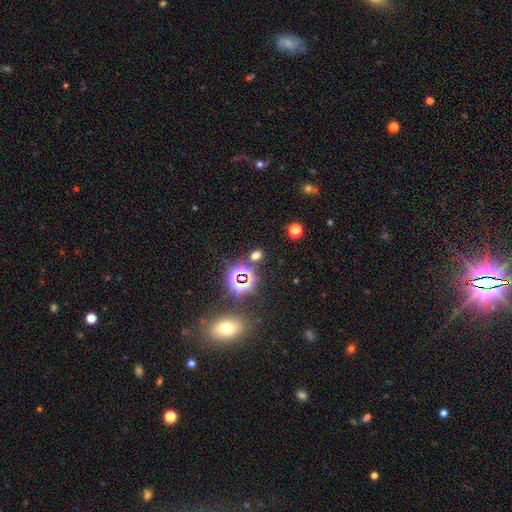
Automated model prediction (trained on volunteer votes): Overall: smooth (49%; star or artifact 44%). Merging: none (79%).